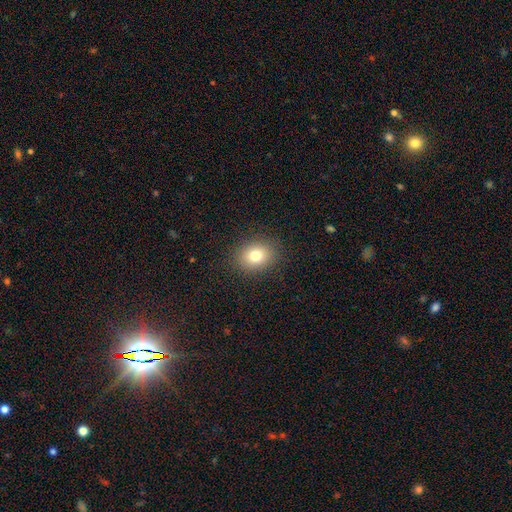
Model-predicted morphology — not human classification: Smooth or featured?
  - smooth: 79% *
  - star or artifact: 12%
  - featured or disk: 10%
How rounded?
  - round: 53% *
  - in between: 47%
  - cigar-shaped: 1%
Merging?
  - none: 89% *
  - minor disturbance: 8%
  - major disturbance: 3%
  - merger: 1%